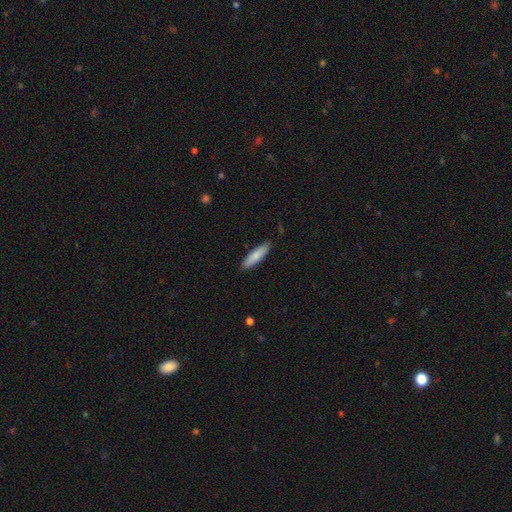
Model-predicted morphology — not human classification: smooth_or_featured: smooth (p=0.81) [alt: featured or disk p=0.14]
how_rounded: cigar-shaped (p=0.69) [alt: in between p=0.30]
merging: none (p=0.87) [alt: minor disturbance p=0.10]